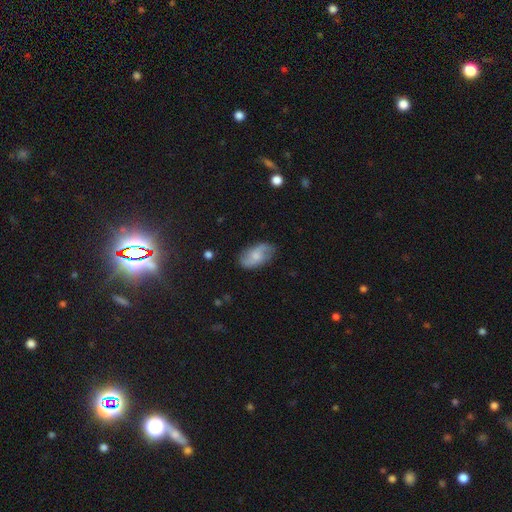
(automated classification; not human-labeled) A featured or disk galaxy (51%).

Vote fractions:
- Smooth or featured? featured or disk: 51% / smooth: 42% / star or artifact: 8%
- Edge-on disk? no: 94% / yes: 6%
- Merging? none: 74% / minor disturbance: 19% / major disturbance: 5% / merger: 1%